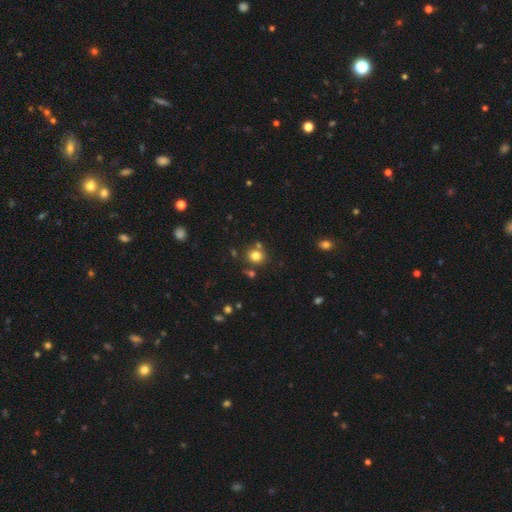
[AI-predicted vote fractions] Smooth or featured: smooth — 79% (star or artifact — 13%)
How rounded: round — 82% (in between — 17%)
Merging: none — 75% (merger — 12%)